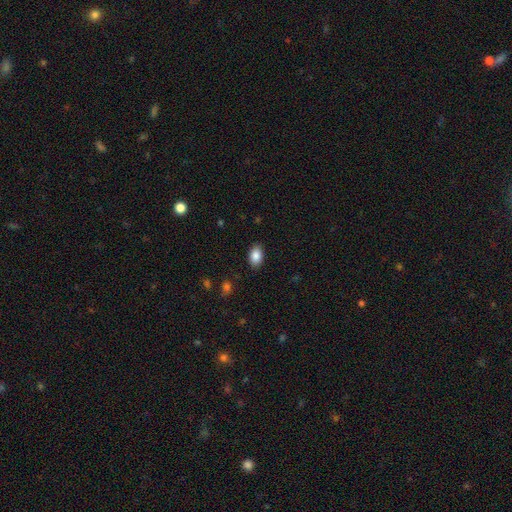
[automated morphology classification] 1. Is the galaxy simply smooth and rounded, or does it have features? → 87% smooth, 8% star or artifact, 6% featured or disk.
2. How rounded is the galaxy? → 89% in between, 10% round, 1% cigar-shaped.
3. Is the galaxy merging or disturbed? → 88% none, 9% minor disturbance, 2% major disturbance, 1% merger.